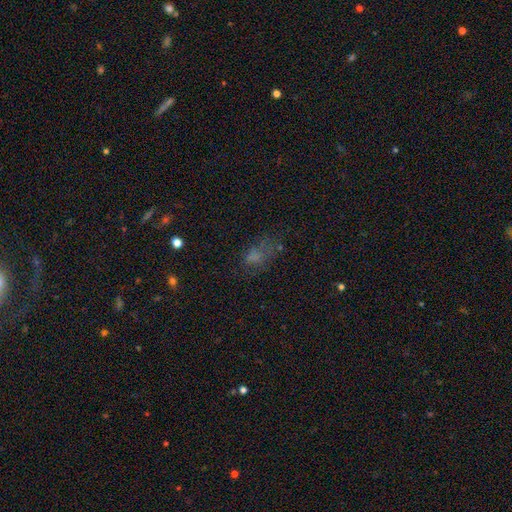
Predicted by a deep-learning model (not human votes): This appears to be a smooth galaxy with no disk features (57%) that is in between round and cigar-shaped (80%). Merging: none (44%).